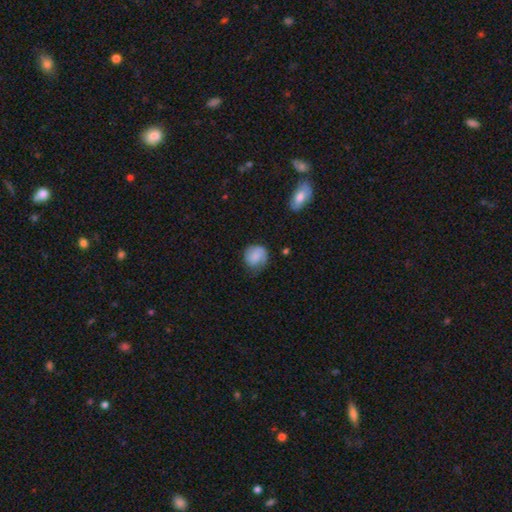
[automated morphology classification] Smooth or featured? smooth (71%)
How rounded? round (78%)
Merging? none (55%)